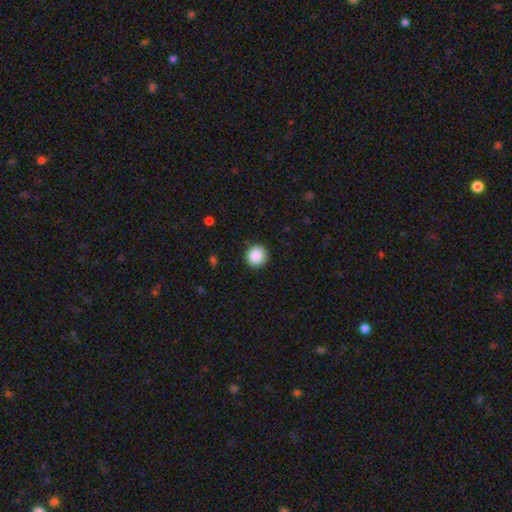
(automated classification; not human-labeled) smooth 88%, star or artifact 9%, featured or disk 3%. Down the decision tree: how rounded — round (94%); merging — none (89%).